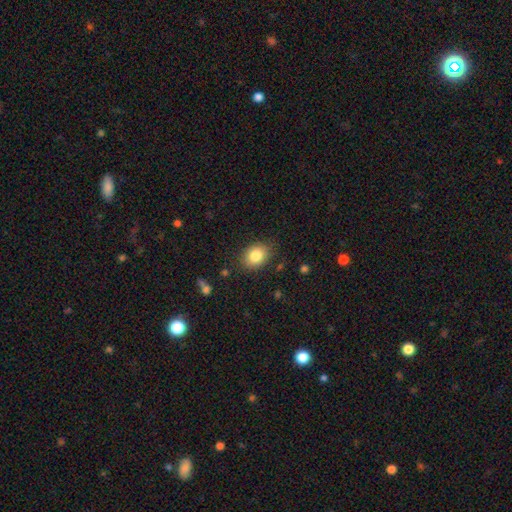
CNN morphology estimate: Smooth or featured?
  - smooth: 83% *
  - star or artifact: 9%
  - featured or disk: 8%
How rounded?
  - in between: 59% *
  - round: 40%
  - cigar-shaped: 1%
Merging?
  - none: 82% *
  - minor disturbance: 13%
  - major disturbance: 3%
  - merger: 2%